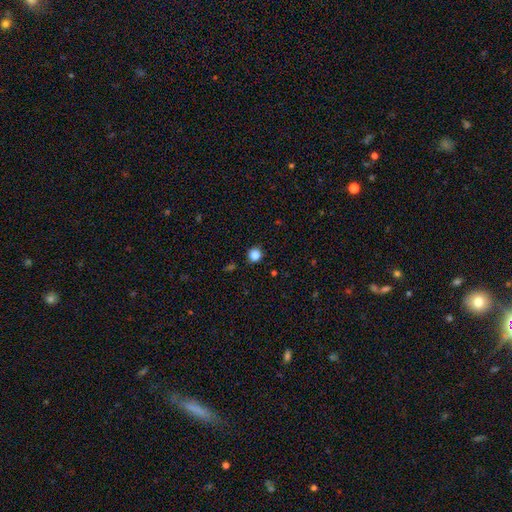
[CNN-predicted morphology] smooth_or_featured: smooth (p=0.84) [alt: star or artifact p=0.12]
how_rounded: round (p=0.90) [alt: in between p=0.09]
merging: none (p=0.88) [alt: minor disturbance p=0.08]